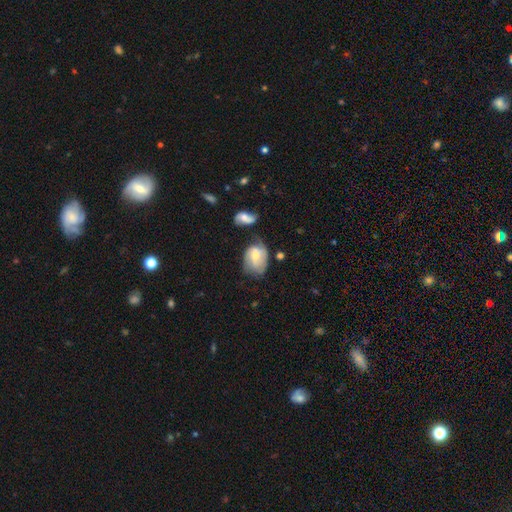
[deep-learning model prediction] featured or disk 47%, smooth 46%, star or artifact 7%. Down the decision tree: merging — none (37%).